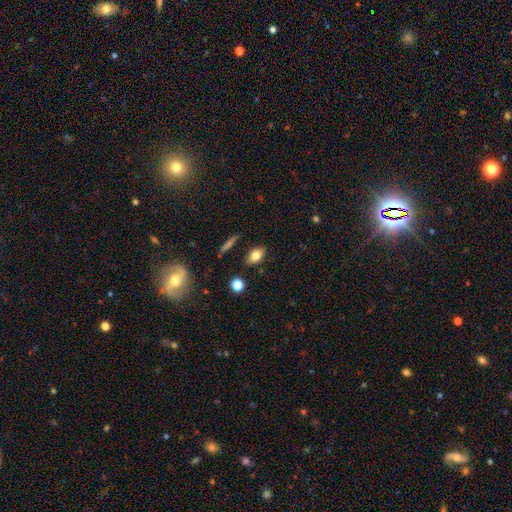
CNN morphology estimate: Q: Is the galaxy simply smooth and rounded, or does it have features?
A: smooth — 78%.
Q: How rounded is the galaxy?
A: in between — 83%.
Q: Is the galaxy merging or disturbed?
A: none — 83%.